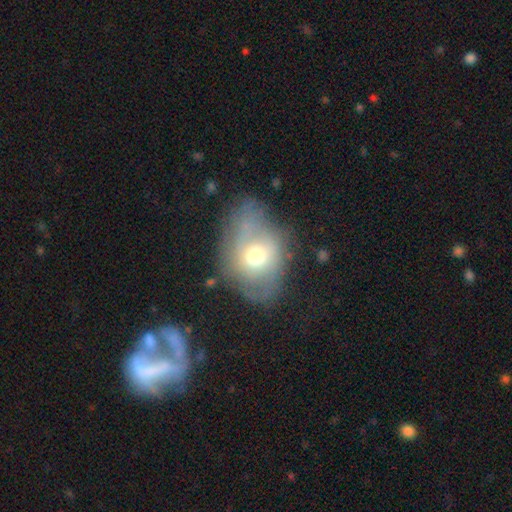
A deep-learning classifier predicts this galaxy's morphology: Smooth or featured: smooth — 49% (featured or disk — 42%)
Merging: none — 47% (minor disturbance — 31%)